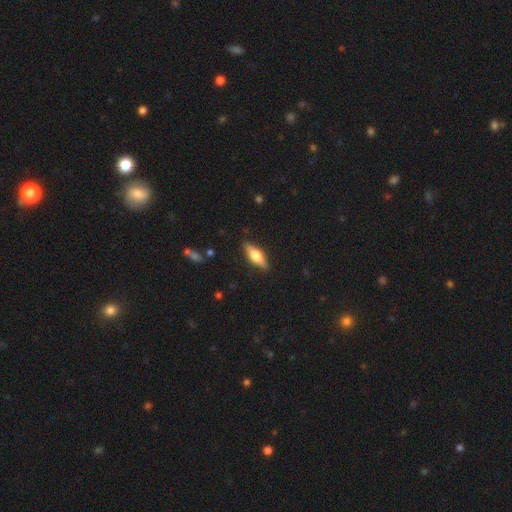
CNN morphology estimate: This is possibly a smooth galaxy (50%). Merging: clearly none (87%).